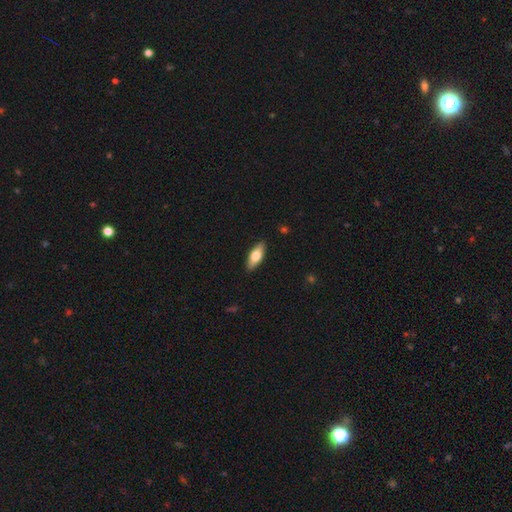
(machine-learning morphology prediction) Overall: smooth (66%; featured or disk 28%). How rounded: in between (70%). Merging: none (89%).